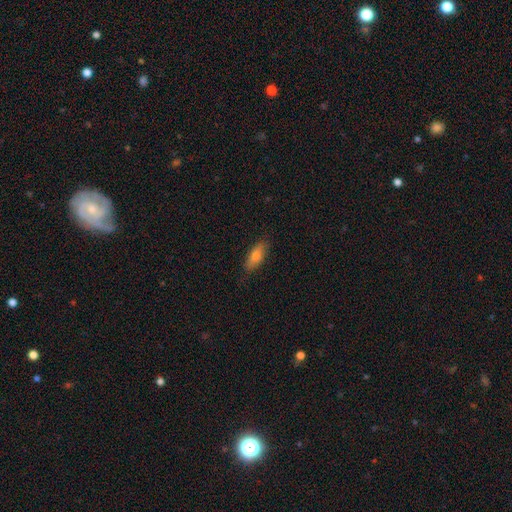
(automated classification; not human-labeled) smooth_or_featured: smooth (p=0.73) [alt: featured or disk p=0.20]
how_rounded: in between (p=0.67) [alt: cigar-shaped p=0.30]
merging: none (p=0.84) [alt: minor disturbance p=0.13]